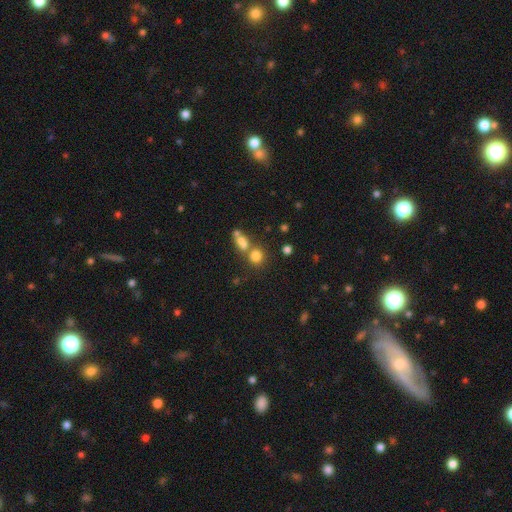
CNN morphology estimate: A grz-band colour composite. It shows a smooth galaxy with no disk features (74%) that is round (80%). Merging: none (50%).